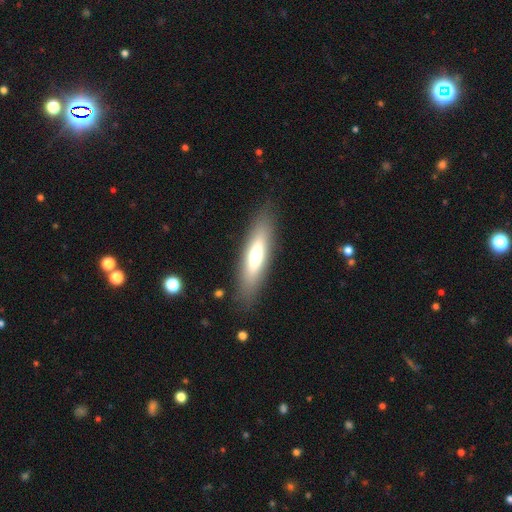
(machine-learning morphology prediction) A smooth galaxy with no disk features (59%) that is cigar-shaped (63%).

Vote fractions:
- Smooth or featured? smooth: 59% / featured or disk: 34% / star or artifact: 7%
- How rounded? cigar-shaped: 63% / in between: 35% / round: 2%
- Merging? none: 86% / minor disturbance: 9% / major disturbance: 3% / merger: 1%